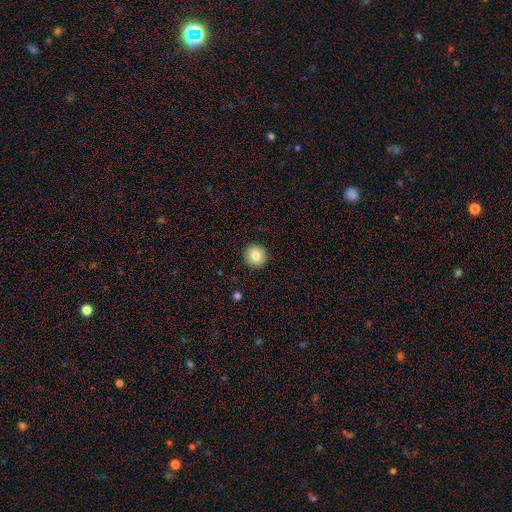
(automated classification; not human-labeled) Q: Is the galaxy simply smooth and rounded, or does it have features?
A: smooth — 81%.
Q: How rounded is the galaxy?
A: round — 93%.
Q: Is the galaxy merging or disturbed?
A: none — 92%.